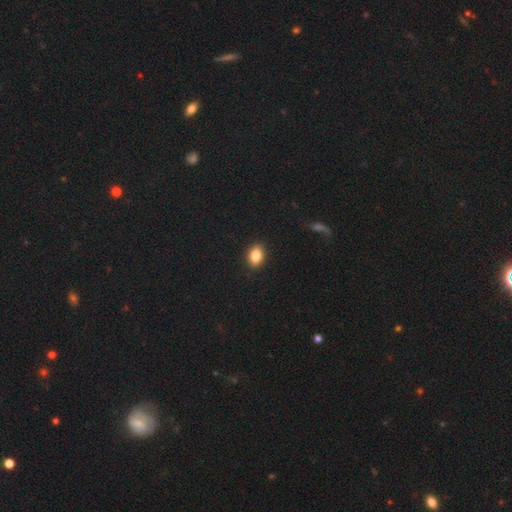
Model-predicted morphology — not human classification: Smooth or featured?
  - smooth: 84% *
  - star or artifact: 9%
  - featured or disk: 7%
How rounded?
  - in between: 77% *
  - round: 21%
  - cigar-shaped: 2%
Merging?
  - none: 90% *
  - minor disturbance: 7%
  - major disturbance: 2%
  - merger: 1%